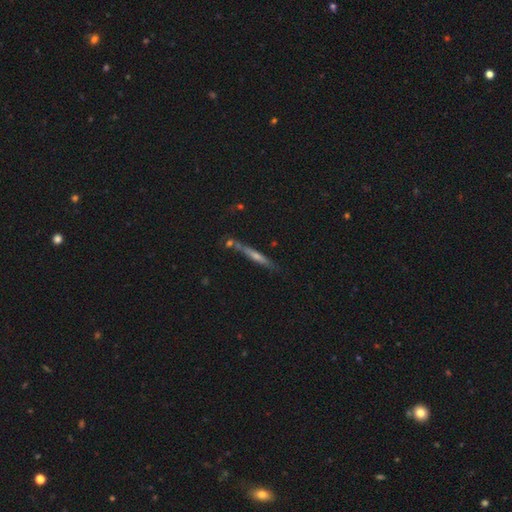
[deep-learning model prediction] Overall: featured or disk (62%; smooth 27%). Edge-on disk: yes (94%). Edge-on bulge: rounded (54%; none 37%). Merging: none (77%).